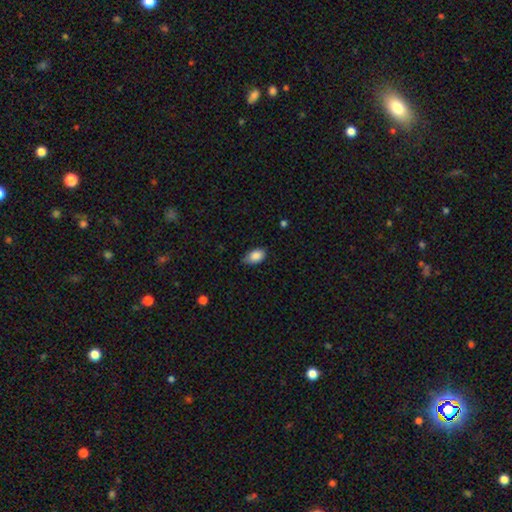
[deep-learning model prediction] Smooth or featured? smooth (86%)
How rounded? in between (91%)
Merging? none (65%)